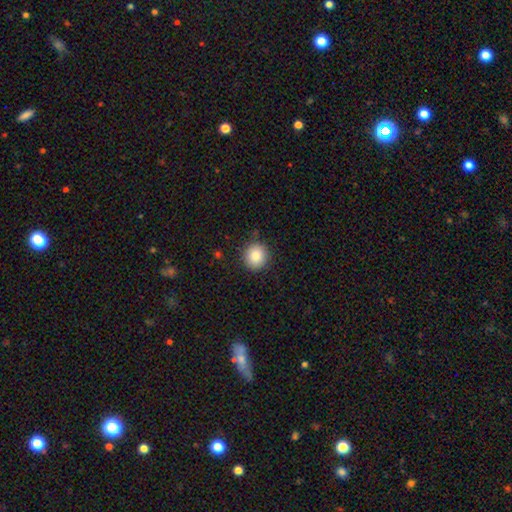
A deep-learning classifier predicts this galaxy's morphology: Smooth or featured?
  - smooth: 86% *
  - star or artifact: 9%
  - featured or disk: 5%
How rounded?
  - round: 90% *
  - in between: 9%
  - cigar-shaped: 1%
Merging?
  - none: 89% *
  - minor disturbance: 8%
  - major disturbance: 2%
  - merger: 1%